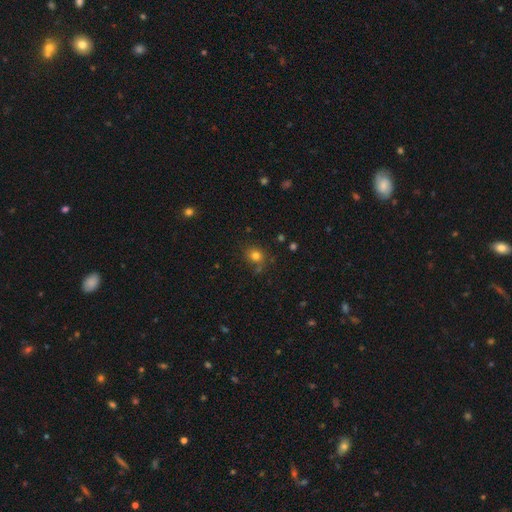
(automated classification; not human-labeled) Smooth or featured?
  - smooth: 78% *
  - star or artifact: 15%
  - featured or disk: 7%
How rounded?
  - round: 73% *
  - in between: 26%
  - cigar-shaped: 1%
Merging?
  - none: 77% *
  - minor disturbance: 13%
  - merger: 6%
  - major disturbance: 4%